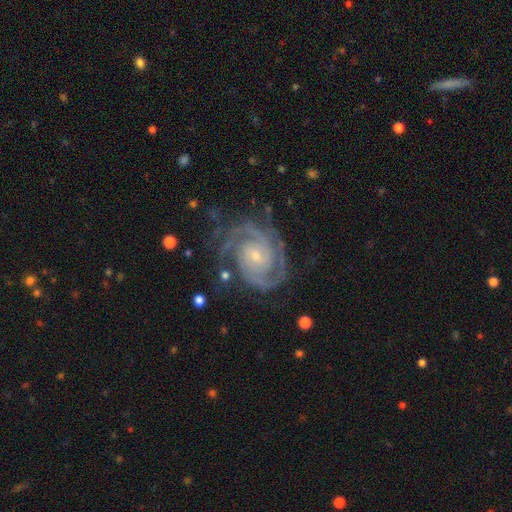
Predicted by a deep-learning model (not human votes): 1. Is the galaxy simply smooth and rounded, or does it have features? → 92% featured or disk, 5% star or artifact, 3% smooth.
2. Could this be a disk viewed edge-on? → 98% no, 2% yes.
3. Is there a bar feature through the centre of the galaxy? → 66% no, 25% weak, 9% strong.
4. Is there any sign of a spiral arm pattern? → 98% yes, 2% no.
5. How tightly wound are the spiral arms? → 68% tight, 28% medium, 4% loose.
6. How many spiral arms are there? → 52% 2, 24% 3, 9% can't tell, 6% 4, 4% more than 4, 4% 1.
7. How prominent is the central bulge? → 73% small, 23% moderate, 2% none, 1% large, 1% dominant.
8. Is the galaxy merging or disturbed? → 73% none, 17% minor disturbance, 8% major disturbance, 2% merger.